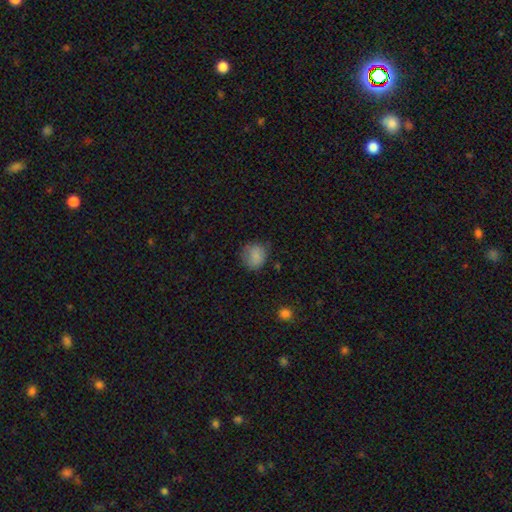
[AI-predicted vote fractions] A smooth galaxy with no disk features (83%) that is round (77%). Merging: none (70%).